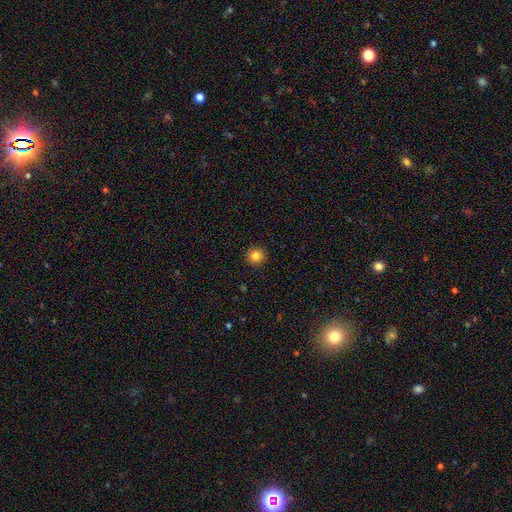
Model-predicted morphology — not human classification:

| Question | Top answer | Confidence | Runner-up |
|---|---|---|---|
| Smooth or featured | smooth | 83% | star or artifact (11%) |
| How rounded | round | 94% | in between (5%) |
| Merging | none | 92% | minor disturbance (5%) |